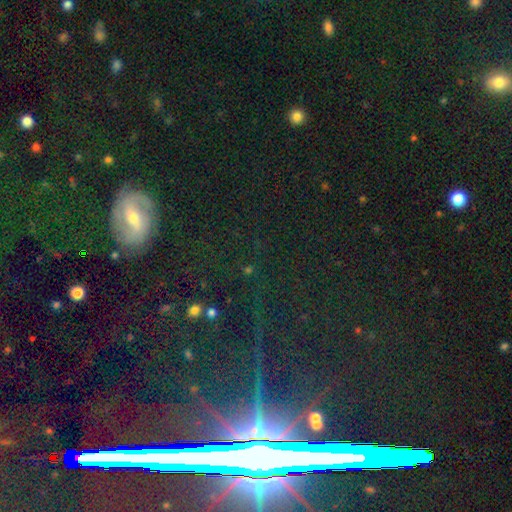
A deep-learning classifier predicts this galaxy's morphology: smooth_or_featured: star or artifact (p=0.62) [alt: featured or disk p=0.21]